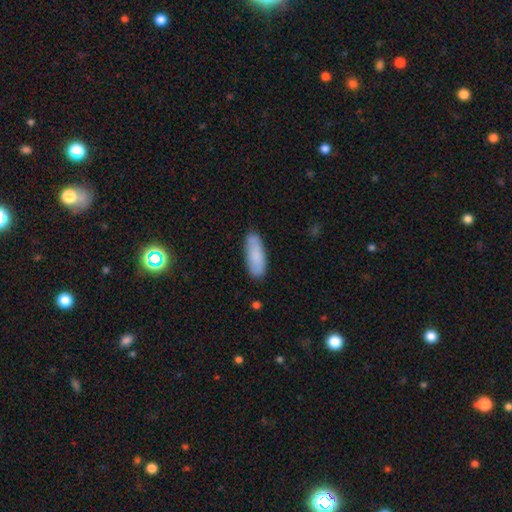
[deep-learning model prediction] Q: Smooth or featured?
A: smooth (84%); runner-up: featured or disk (9%)
Q: How rounded?
A: in between (62%); runner-up: cigar-shaped (37%)
Q: Merging?
A: none (82%); runner-up: minor disturbance (14%)